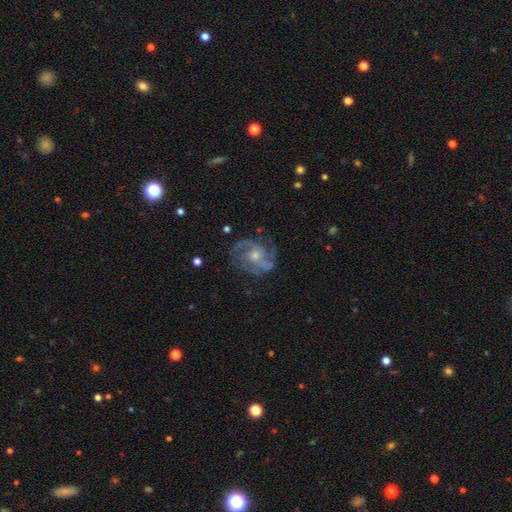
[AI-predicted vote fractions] Smooth or featured? featured or disk (86%)
Edge-on disk? no (98%)
Bar? no (63%)
Spiral arms? yes (96%)
Spiral winding? medium (50%)
Spiral arm count? 2 (40%)
Bulge size? small (48%)
Merging? none (75%)